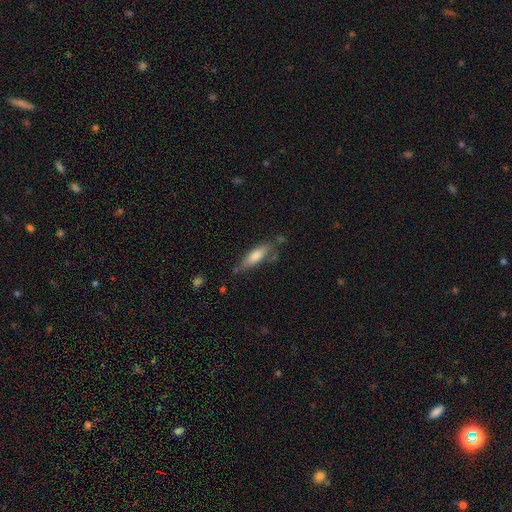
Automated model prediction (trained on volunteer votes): The model was most divided on "how rounded": cigar-shaped: 55%, in between: 43%, round: 2%. More confident: smooth or featured — smooth (67%); merging — none (63%).